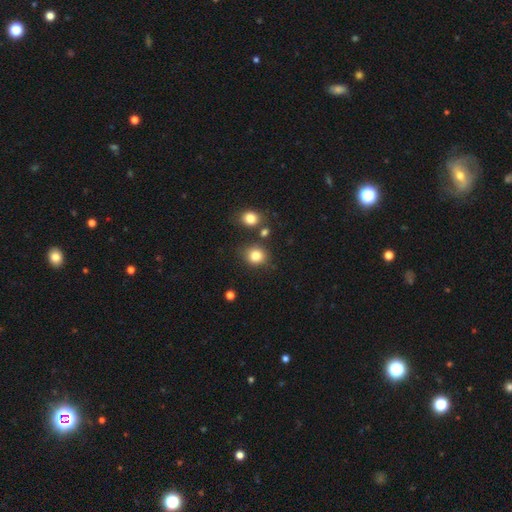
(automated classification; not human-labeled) Overall: smooth (83%). How rounded: round (73%). Merging: none (75%).